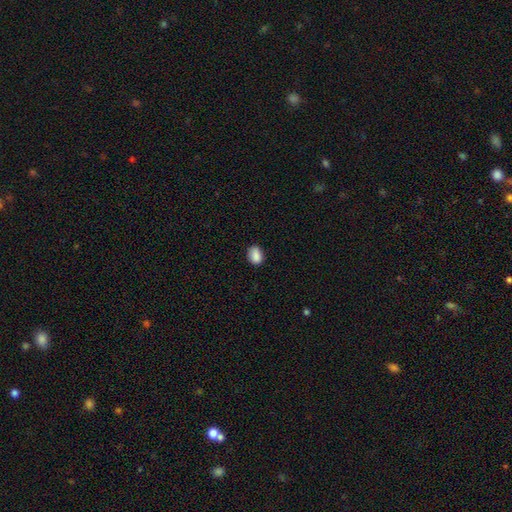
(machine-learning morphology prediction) This appears to be a smooth galaxy with no disk features (88%) that is in between round and cigar-shaped (72%). Merging: none (80%).